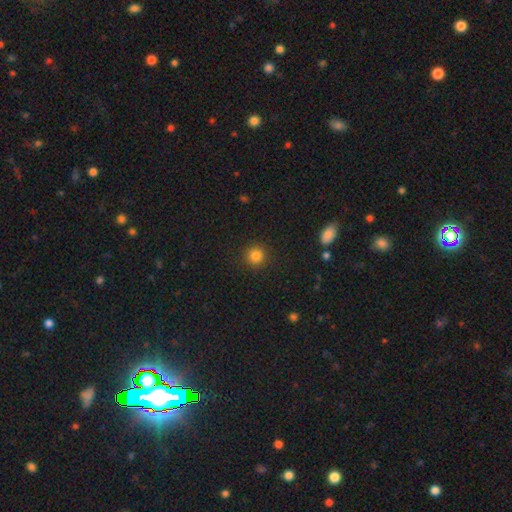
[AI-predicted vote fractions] smooth-or-featured: smooth: 84% | star or artifact: 12% | featured or disk: 4%
  how-rounded: round: 94% | in between: 6% | cigar-shaped: 1%
  merging: none: 91% | minor disturbance: 6% | major disturbance: 2% | merger: 1%